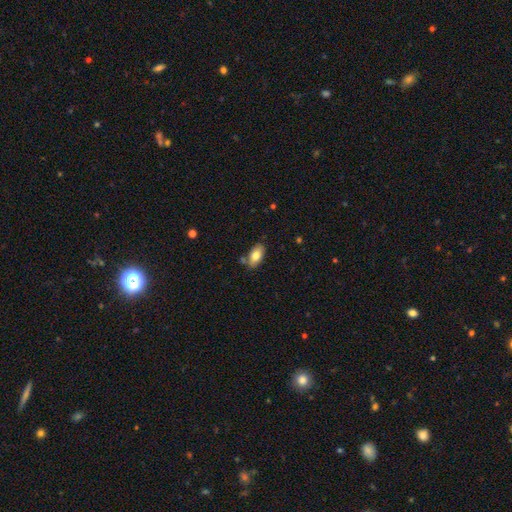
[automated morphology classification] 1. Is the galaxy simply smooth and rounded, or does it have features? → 78% smooth, 15% featured or disk, 7% star or artifact.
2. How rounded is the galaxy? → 92% in between, 4% round, 4% cigar-shaped.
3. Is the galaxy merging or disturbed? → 73% none, 16% minor disturbance, 8% merger, 3% major disturbance.